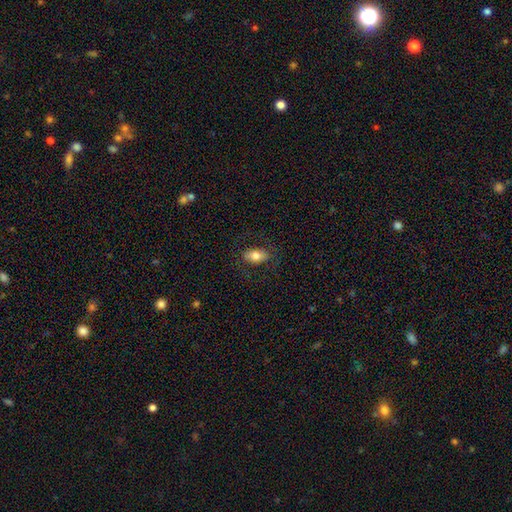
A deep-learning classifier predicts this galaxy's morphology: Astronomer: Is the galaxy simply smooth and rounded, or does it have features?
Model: smooth — 75%.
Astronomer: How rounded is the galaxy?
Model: in between — 91%.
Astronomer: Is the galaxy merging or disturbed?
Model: none — 81%.